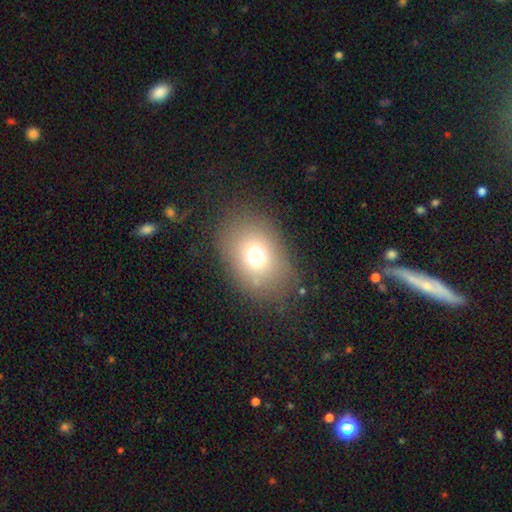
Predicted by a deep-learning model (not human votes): A smooth galaxy with no disk features (70%) that is in between round and cigar-shaped (60%). Merging: none (79%).